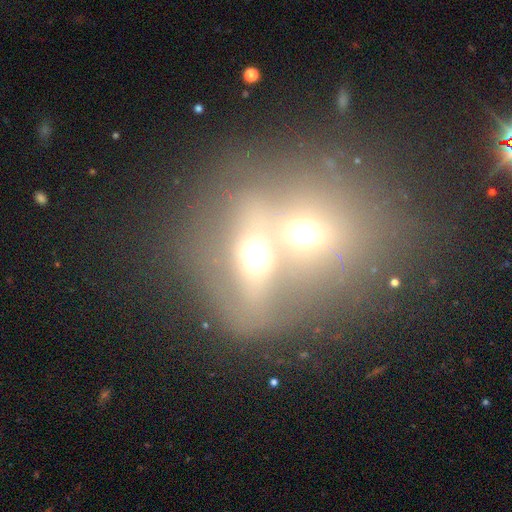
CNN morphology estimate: This is possibly a smooth galaxy (58%). How rounded: possibly in between (55%). Merging: likely merger (72%).